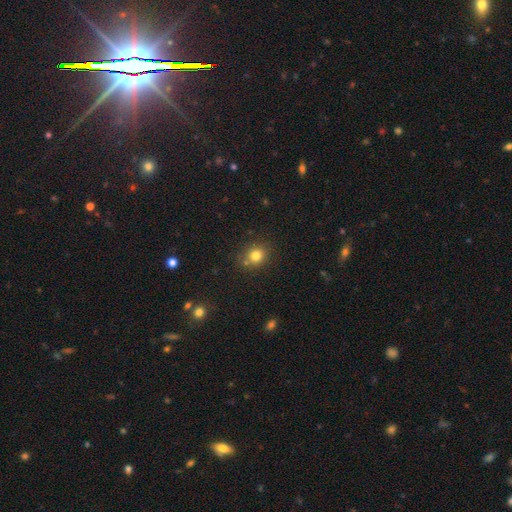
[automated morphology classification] A smooth galaxy with no disk features (79%) that is round (76%). Merging: none (76%).